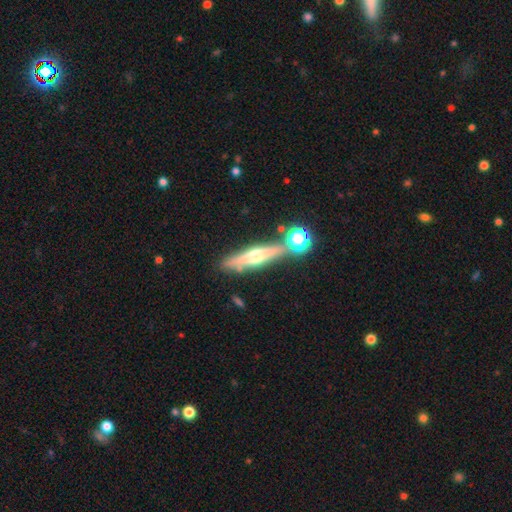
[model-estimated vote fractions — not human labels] Overall: featured or disk (62%; smooth 29%). Edge-on disk: yes (94%). Edge-on bulge: rounded (91%). Merging: none (76%).